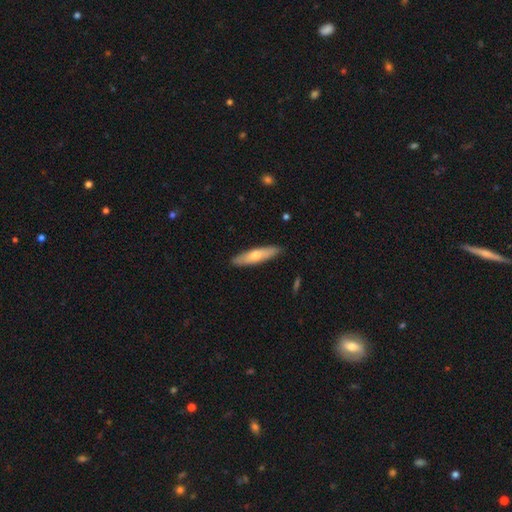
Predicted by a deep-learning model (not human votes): Morphology: type=smooth (56%); roundness=cigar-shaped (74%); merging=none (89%).